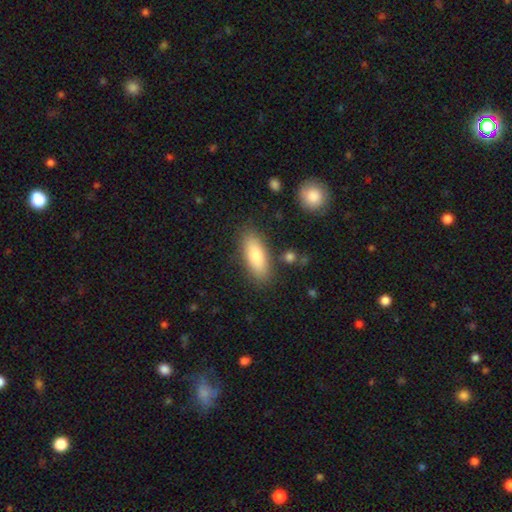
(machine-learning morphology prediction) The model was most divided on "how rounded": in between: 72%, cigar-shaped: 26%, round: 2%. More confident: merging — none (84%); smooth or featured — smooth (78%).